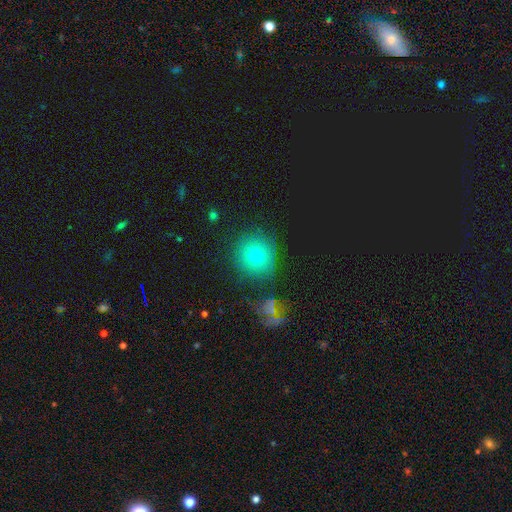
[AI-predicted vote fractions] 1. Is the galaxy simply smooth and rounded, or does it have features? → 71% smooth, 17% star or artifact, 12% featured or disk.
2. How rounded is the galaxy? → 89% round, 10% in between, 1% cigar-shaped.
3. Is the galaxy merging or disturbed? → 77% none, 11% minor disturbance, 7% merger, 5% major disturbance.